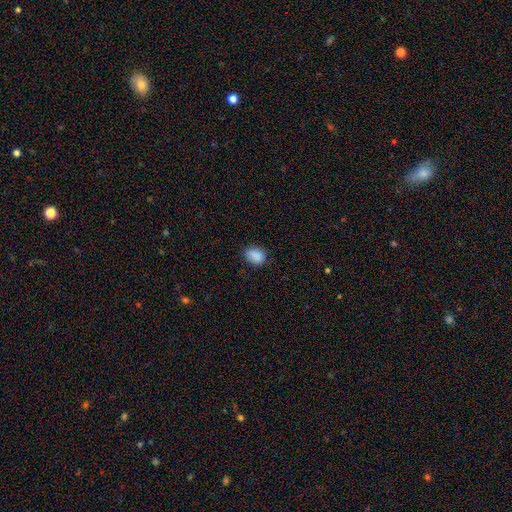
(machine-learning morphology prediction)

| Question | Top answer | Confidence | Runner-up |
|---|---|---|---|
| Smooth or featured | smooth | 89% | star or artifact (8%) |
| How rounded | in between | 71% | round (28%) |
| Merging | none | 82% | minor disturbance (14%) |